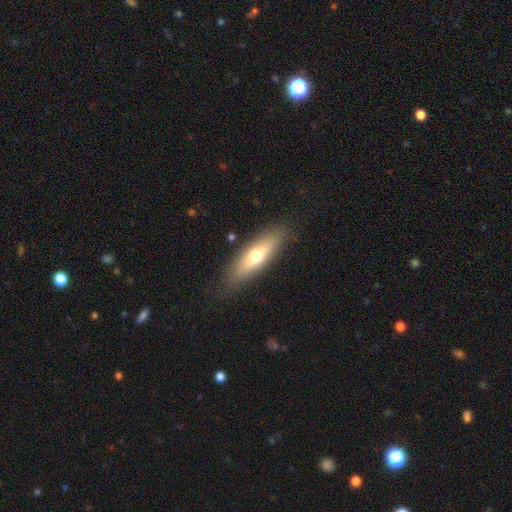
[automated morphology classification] This is likely a smooth galaxy (60%). How rounded: possibly cigar-shaped (58%). Merging: clearly none (84%).